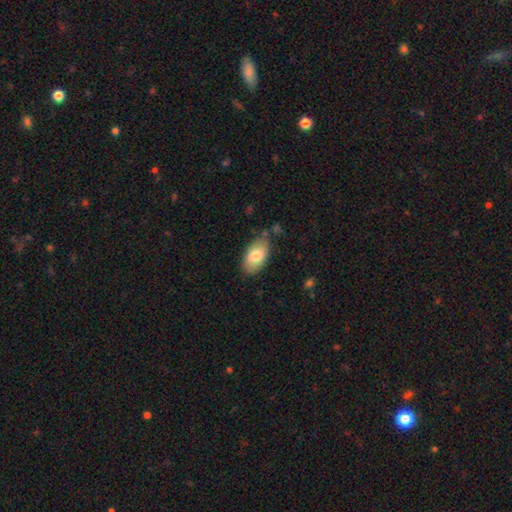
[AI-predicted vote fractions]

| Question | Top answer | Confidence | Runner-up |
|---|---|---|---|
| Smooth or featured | smooth | 80% | featured or disk (14%) |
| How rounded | in between | 94% | round (4%) |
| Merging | none | 72% | minor disturbance (20%) |